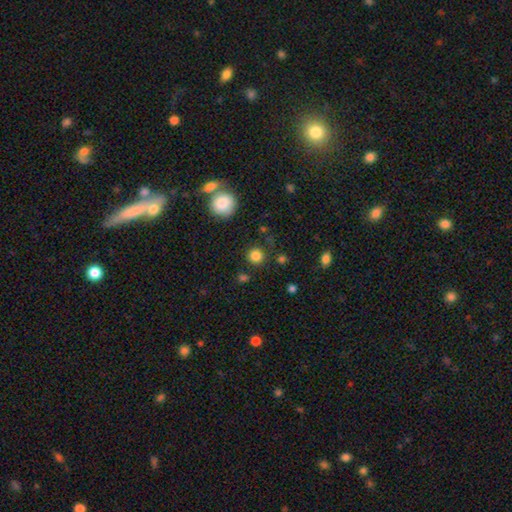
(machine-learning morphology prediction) The model was most divided on "smooth or featured": smooth: 84%, star or artifact: 12%, featured or disk: 5%. More confident: how rounded — round (93%); merging — none (86%).